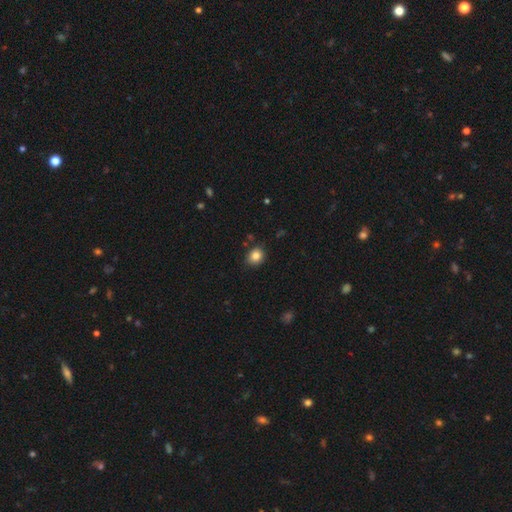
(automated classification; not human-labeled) Overall: smooth (84%). How rounded: round (69%; in between 30%). Merging: none (83%).